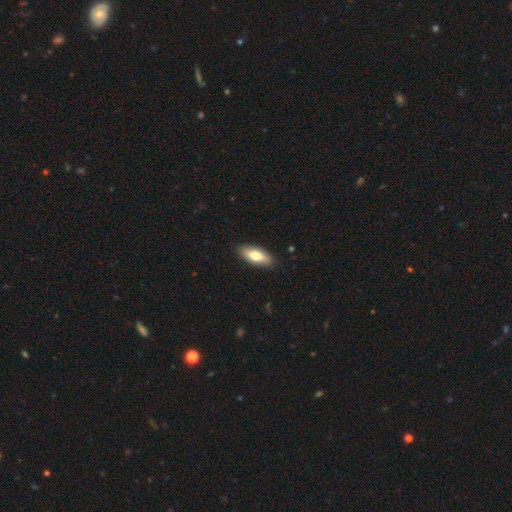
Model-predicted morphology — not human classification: A smooth galaxy with no disk features (70%) that is in between round and cigar-shaped (76%).

Vote fractions:
- Smooth or featured? smooth: 70% / featured or disk: 24% / star or artifact: 6%
- How rounded? in between: 76% / cigar-shaped: 21% / round: 3%
- Merging? none: 88% / minor disturbance: 9% / major disturbance: 2% / merger: 1%